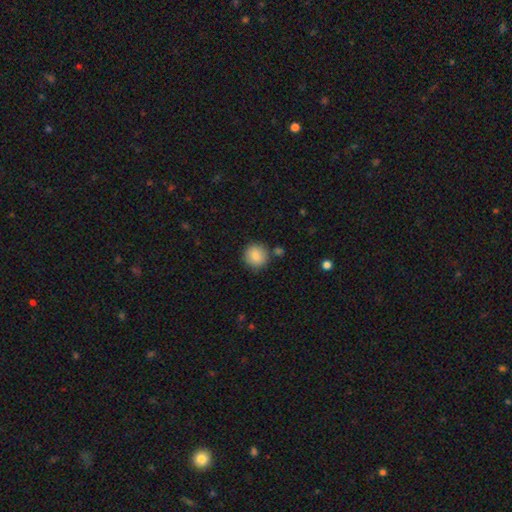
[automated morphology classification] The model was most divided on "merging": none: 84%, minor disturbance: 9%, merger: 4%, major disturbance: 2%. More confident: how rounded — round (93%); smooth or featured — smooth (86%).